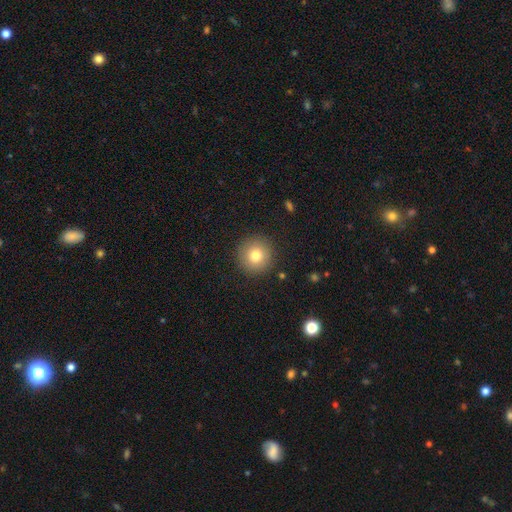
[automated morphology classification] smooth-or-featured: smooth: 78% | featured or disk: 11% | star or artifact: 11%
  how-rounded: round: 95% | in between: 4% | cigar-shaped: 1%
  merging: none: 91% | minor disturbance: 6% | major disturbance: 2% | merger: 1%